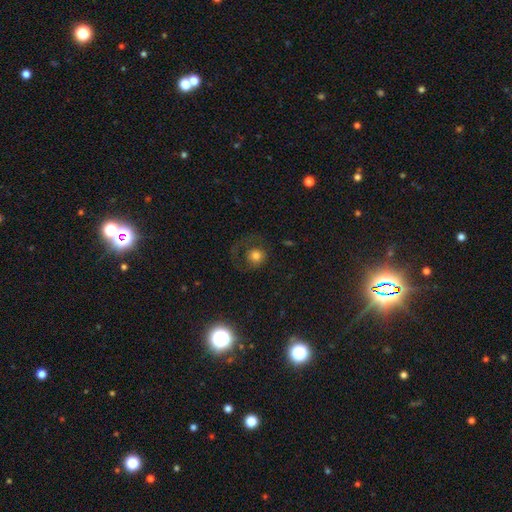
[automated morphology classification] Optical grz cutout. It shows a smooth galaxy with no disk features (67%) that is round (85%). Merging: none (49%).